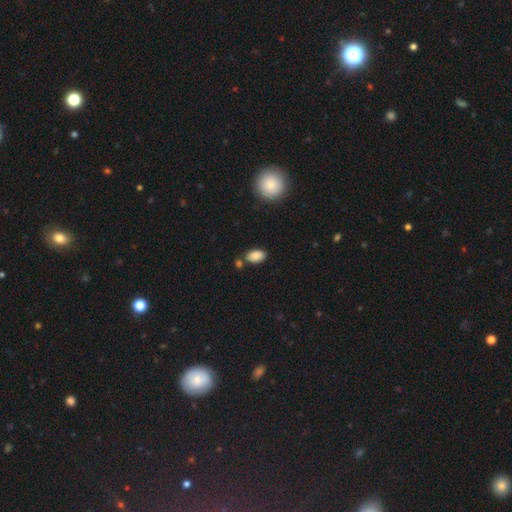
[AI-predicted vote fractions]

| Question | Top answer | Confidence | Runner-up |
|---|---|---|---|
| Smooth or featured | smooth | 86% | star or artifact (8%) |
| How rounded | in between | 91% | round (7%) |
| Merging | none | 72% | minor disturbance (13%) |